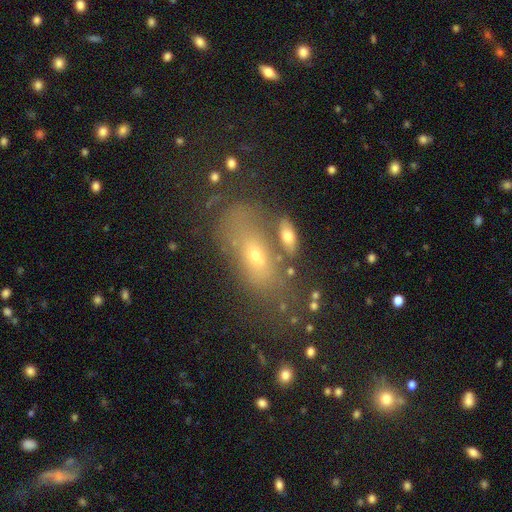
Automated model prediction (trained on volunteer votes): smooth 54%, featured or disk 30%, star or artifact 16%. Down the decision tree: how rounded — in between (79%); merging — none (41%).